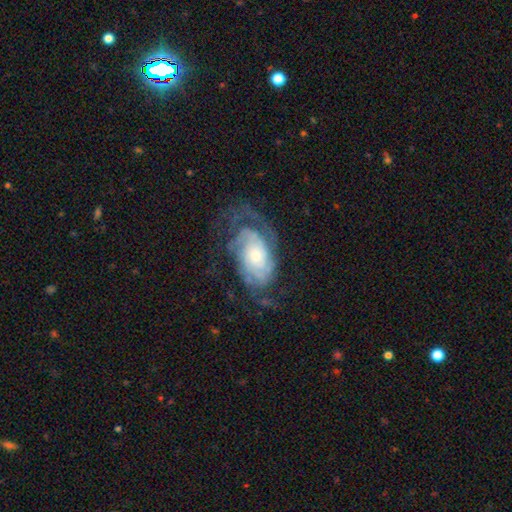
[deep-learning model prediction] This appears to be a featured or disk galaxy (83%) with no bar (74%), tight (53%) spiral arms (94%) and a moderate central bulge (44%). Merging: none (58%).